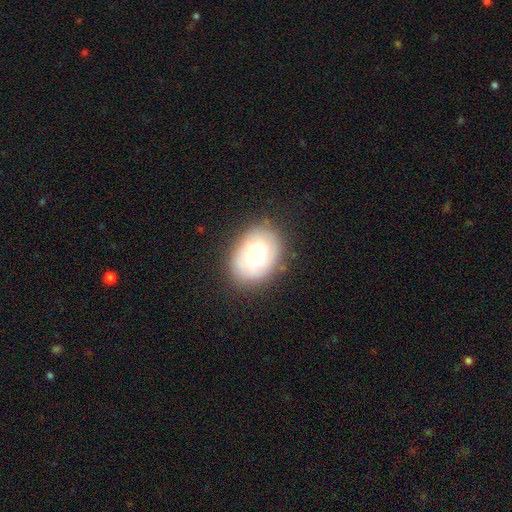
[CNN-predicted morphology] Q: Smooth or featured?
A: smooth (66%); runner-up: featured or disk (25%)
Q: How rounded?
A: in between (75%); runner-up: round (24%)
Q: Merging?
A: none (78%); runner-up: minor disturbance (15%)